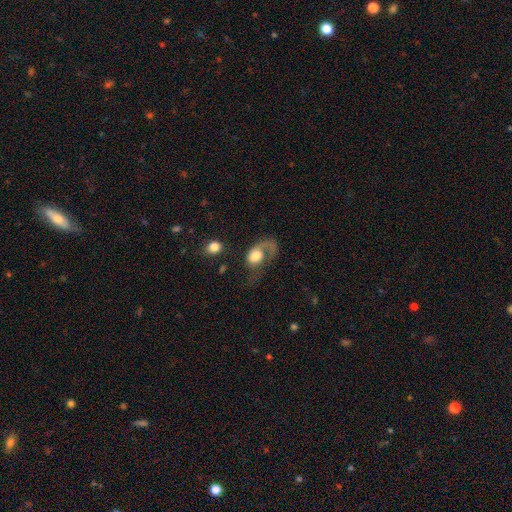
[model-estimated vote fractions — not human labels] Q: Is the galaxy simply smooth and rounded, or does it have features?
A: featured or disk — 55%.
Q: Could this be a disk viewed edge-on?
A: no — 97%.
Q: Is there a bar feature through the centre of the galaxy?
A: no — 78%.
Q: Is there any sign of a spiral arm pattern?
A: yes — 83%.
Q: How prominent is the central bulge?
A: large — 43%.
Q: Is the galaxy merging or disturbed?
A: major disturbance — 56%.